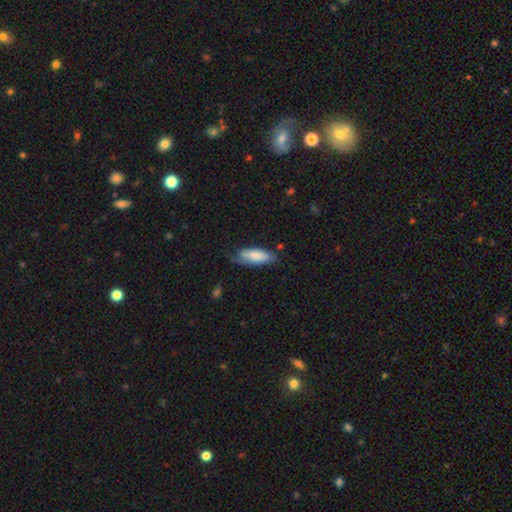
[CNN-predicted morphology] type=smooth (72%); roundness=in between (71%); merging=none (50%).